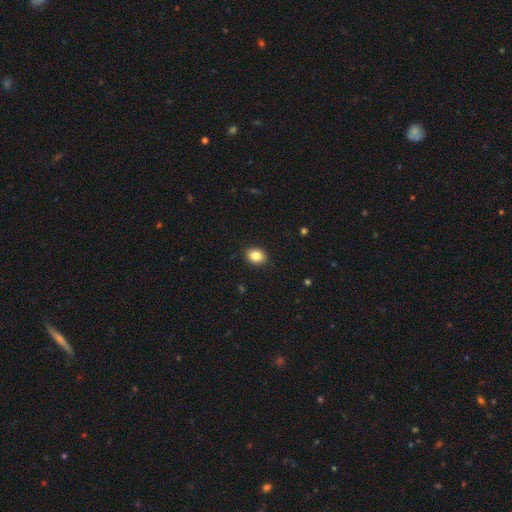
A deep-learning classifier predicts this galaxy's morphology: type=smooth (85%); roundness=in between (61%); merging=none (90%).